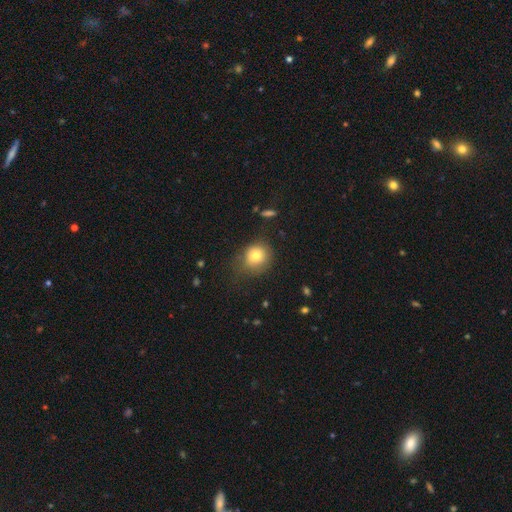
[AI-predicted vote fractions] This is likely a smooth galaxy (77%). How rounded: likely round (76%). Merging: likely none (64%).